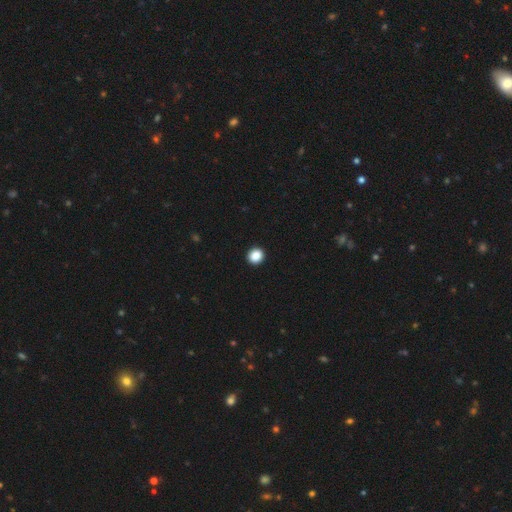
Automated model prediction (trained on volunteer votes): Smooth or featured? smooth (89%)
How rounded? round (87%)
Merging? none (93%)